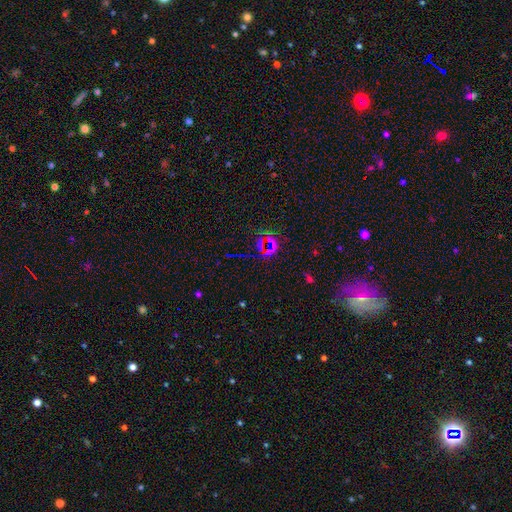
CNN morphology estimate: A star or artifact, not a galaxy (52%).